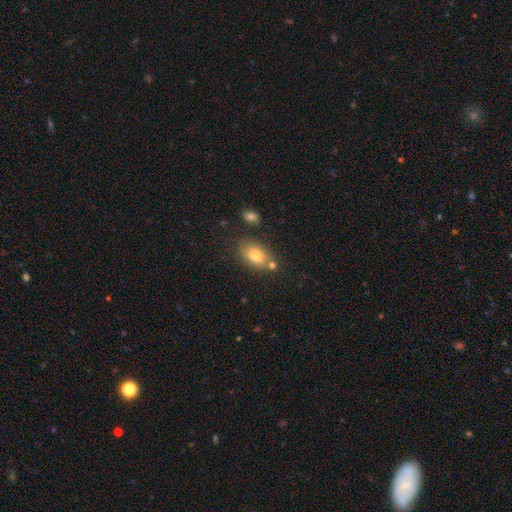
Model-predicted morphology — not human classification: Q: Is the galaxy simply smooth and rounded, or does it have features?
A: smooth — 77%.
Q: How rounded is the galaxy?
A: in between — 84%.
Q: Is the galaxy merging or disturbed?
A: none — 66%.